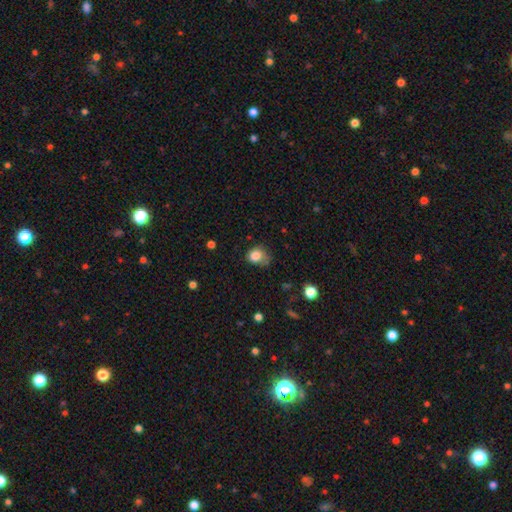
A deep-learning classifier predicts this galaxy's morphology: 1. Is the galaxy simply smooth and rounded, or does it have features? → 81% smooth, 10% star or artifact, 9% featured or disk.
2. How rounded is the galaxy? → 54% round, 45% in between, 1% cigar-shaped.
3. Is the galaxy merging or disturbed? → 37% none (tied), 37% minor disturbance (tied), 23% major disturbance, 3% merger.